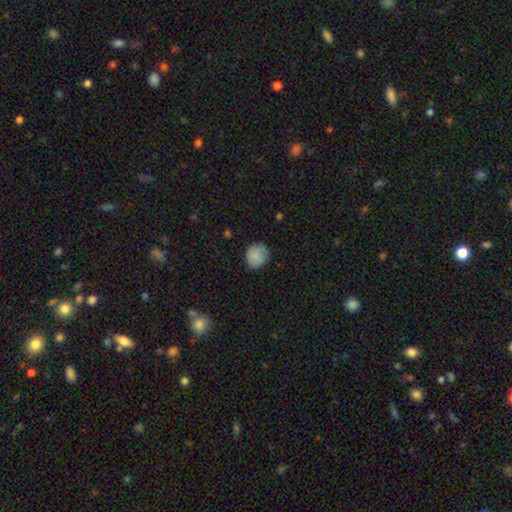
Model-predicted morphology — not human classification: smooth_or_featured: smooth (p=0.85) [alt: star or artifact p=0.08]
how_rounded: round (p=0.83) [alt: in between p=0.16]
merging: none (p=0.79) [alt: minor disturbance p=0.16]